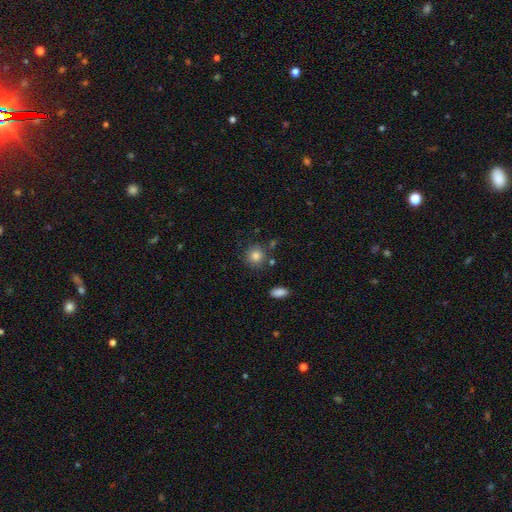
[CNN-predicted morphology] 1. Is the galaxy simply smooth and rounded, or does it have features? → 82% smooth, 10% star or artifact, 8% featured or disk.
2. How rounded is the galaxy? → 90% round, 9% in between, 1% cigar-shaped.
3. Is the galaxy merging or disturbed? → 81% none, 10% minor disturbance, 6% merger, 3% major disturbance.